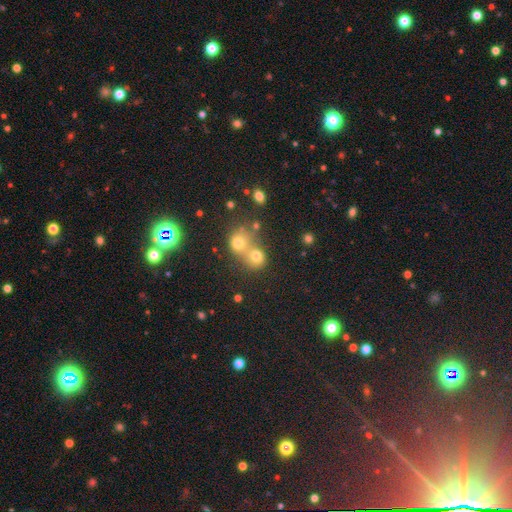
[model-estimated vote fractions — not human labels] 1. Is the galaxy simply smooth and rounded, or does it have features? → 53% smooth, 35% star or artifact, 12% featured or disk.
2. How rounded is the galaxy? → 83% round, 16% in between, 1% cigar-shaped.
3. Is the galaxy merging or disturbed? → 47% merger, 44% none, 6% minor disturbance, 3% major disturbance.